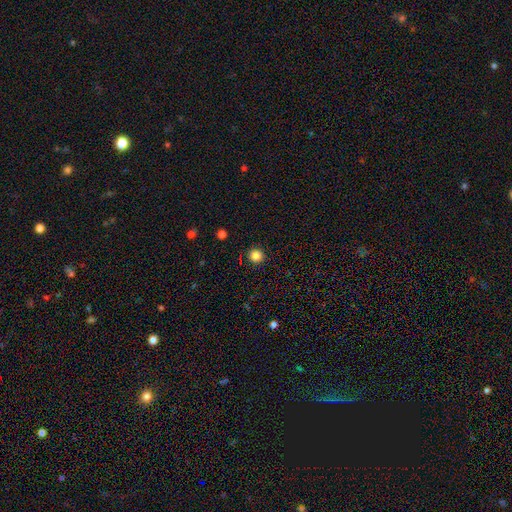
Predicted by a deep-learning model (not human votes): This is clearly a smooth galaxy (84%). How rounded: clearly round (94%). Merging: clearly none (92%).